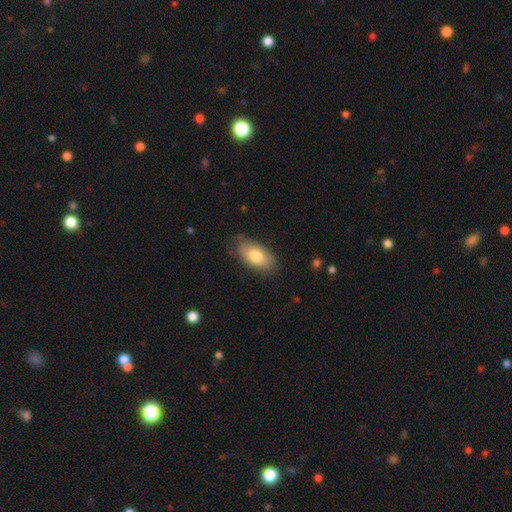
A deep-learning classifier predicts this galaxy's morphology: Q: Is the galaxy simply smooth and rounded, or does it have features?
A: smooth — 77%.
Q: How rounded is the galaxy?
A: in between — 93%.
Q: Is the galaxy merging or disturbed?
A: none — 71%.